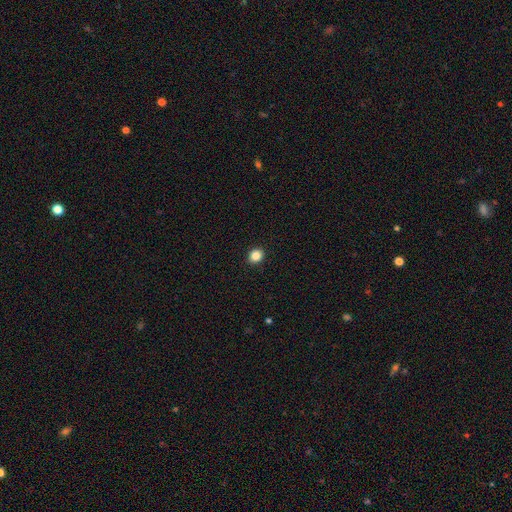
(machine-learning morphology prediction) The model was most divided on "how rounded": round: 73%, in between: 26%, cigar-shaped: 1%. More confident: merging — none (92%); smooth or featured — smooth (86%).